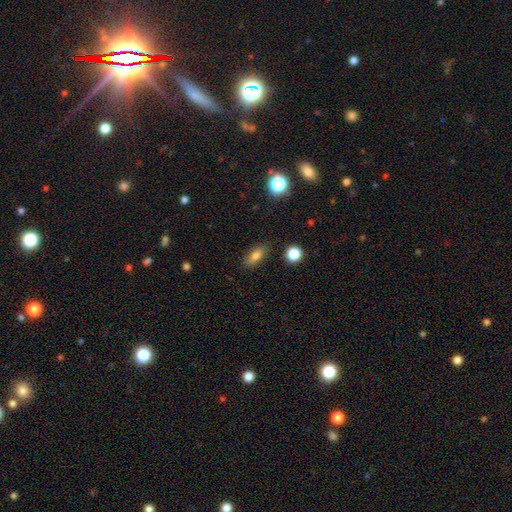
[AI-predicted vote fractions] Overall: smooth (77%). How rounded: in between (76%). Merging: none (86%).